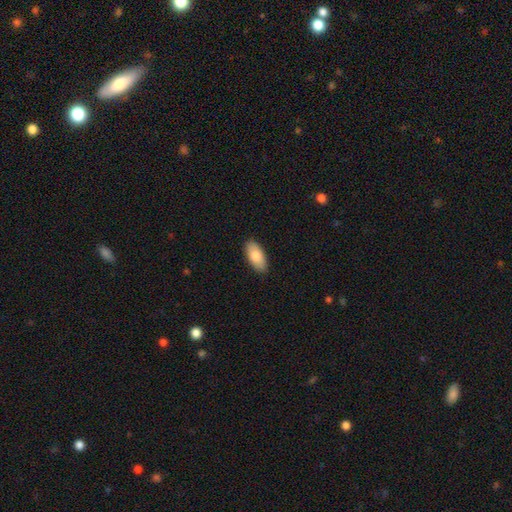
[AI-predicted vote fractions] This appears to be a smooth galaxy with no disk features (84%) that is in between round and cigar-shaped (91%). Merging: none (88%).